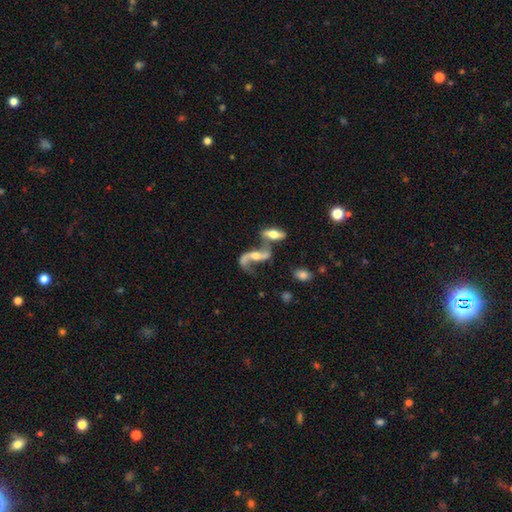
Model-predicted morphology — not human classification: This is likely a featured or disk galaxy (79%). It is clearly not viewed edge-on (89%). Bar: possibly no (48%). Spiral arm pattern: clearly yes (89%). Spiral arm count: clearly 2 (85%). Spiral winding: clearly loose (83%). Central bulge: possibly moderate (50%). Merging: marginally merger (38%).